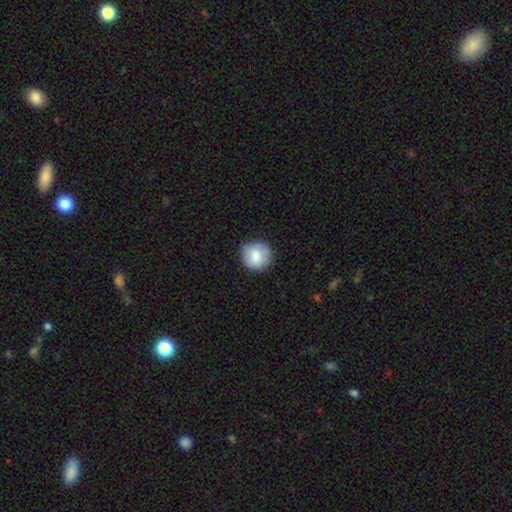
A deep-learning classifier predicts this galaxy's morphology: Smooth or featured: smooth — 83% (featured or disk — 10%)
How rounded: round — 91% (in between — 8%)
Merging: none — 81% (minor disturbance — 15%)